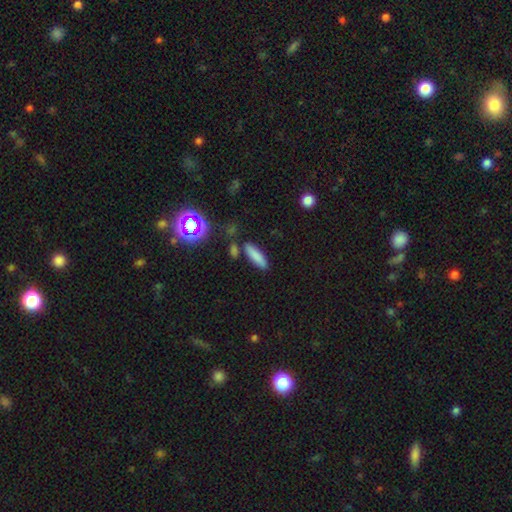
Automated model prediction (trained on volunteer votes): Smooth or featured: smooth — 80% (star or artifact — 11%)
How rounded: cigar-shaped — 62% (in between — 35%)
Merging: none — 80% (minor disturbance — 10%)